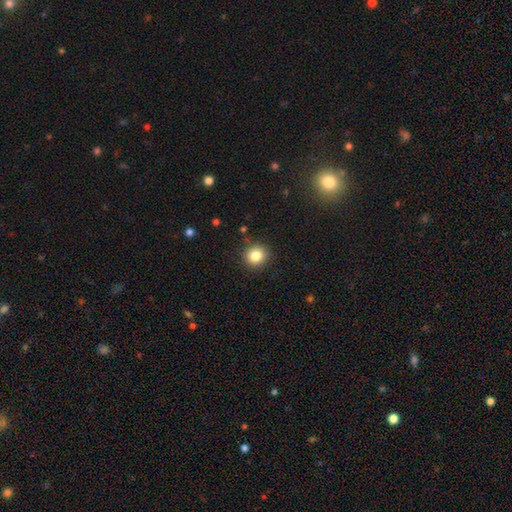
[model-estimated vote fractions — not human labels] Smooth or featured?
  - smooth: 84% *
  - star or artifact: 11%
  - featured or disk: 6%
How rounded?
  - round: 90% *
  - in between: 9%
  - cigar-shaped: 1%
Merging?
  - none: 89% *
  - minor disturbance: 7%
  - major disturbance: 2%
  - merger: 1%